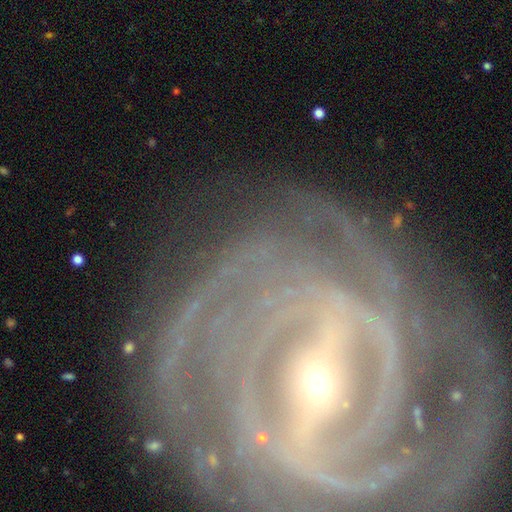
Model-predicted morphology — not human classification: This appears to be a featured or disk galaxy (66%) with a strong bar (39%), 2 (25%) tight (65%) spiral arms (92%) and a small central bulge (55%). Merging: none (72%).